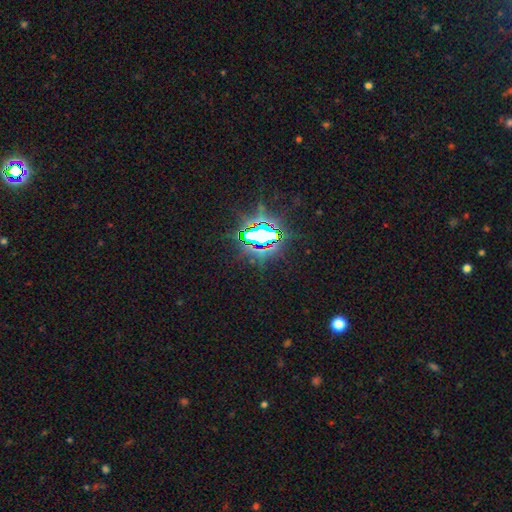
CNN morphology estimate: Overall: star or artifact (84%).